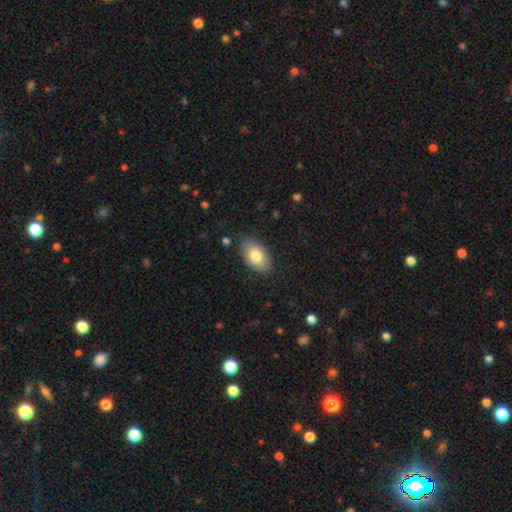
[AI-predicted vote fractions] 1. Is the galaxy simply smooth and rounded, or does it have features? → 78% smooth, 15% featured or disk, 7% star or artifact.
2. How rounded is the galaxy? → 93% in between, 5% round, 2% cigar-shaped.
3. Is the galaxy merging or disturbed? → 83% none, 13% minor disturbance, 3% major disturbance, 1% merger.